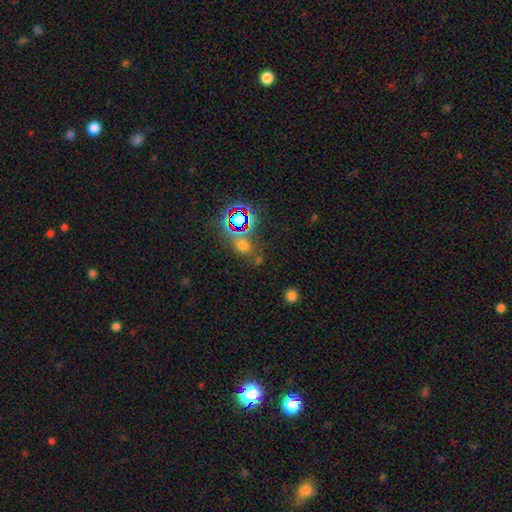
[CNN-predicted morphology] A star or artifact, not a galaxy (61%).

Vote fractions:
- Smooth or featured? star or artifact: 61% / smooth: 29% / featured or disk: 10%